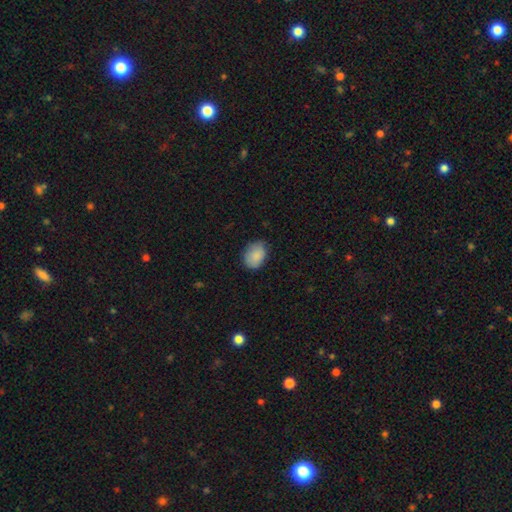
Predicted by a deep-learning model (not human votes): smooth-or-featured: smooth: 87% | star or artifact: 7% | featured or disk: 6%
  how-rounded: in between: 73% | round: 26% | cigar-shaped: 1%
  merging: none: 77% | minor disturbance: 19% | major disturbance: 3% | merger: 1%